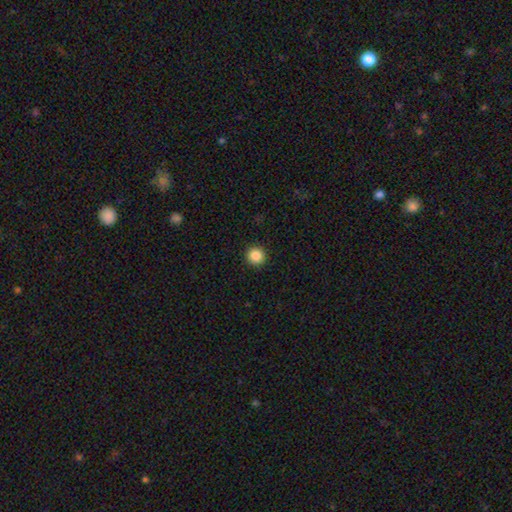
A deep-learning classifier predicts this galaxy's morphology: This appears to be a smooth galaxy with no disk features (86%) that is round (95%). Merging: none (93%).